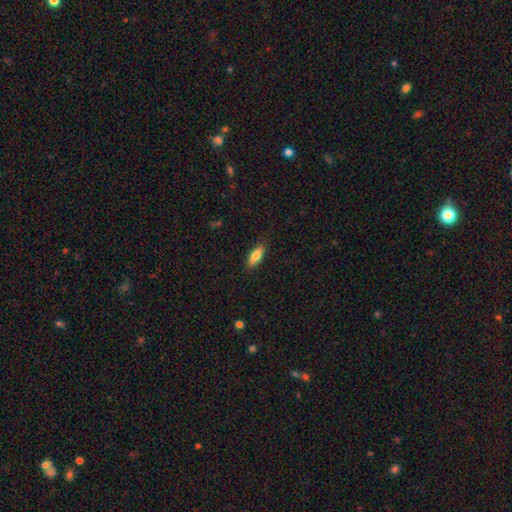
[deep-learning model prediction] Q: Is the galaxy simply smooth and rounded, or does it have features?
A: smooth — 79%.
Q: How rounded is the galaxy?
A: in between — 70%.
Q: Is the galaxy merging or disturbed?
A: none — 87%.